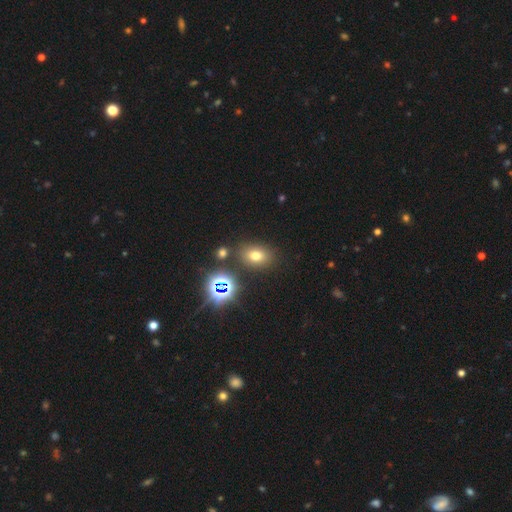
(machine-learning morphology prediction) A smooth galaxy with no disk features (65%) that is in between round and cigar-shaped (66%). Merging: none (80%).